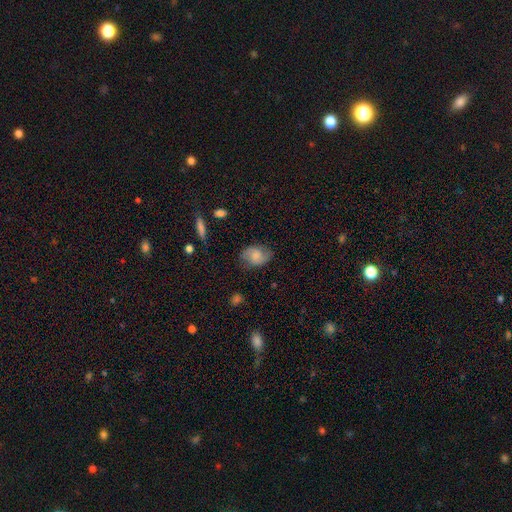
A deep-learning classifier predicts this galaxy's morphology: Q: Smooth or featured?
A: smooth (62%); runner-up: featured or disk (30%)
Q: How rounded?
A: in between (77%); runner-up: round (22%)
Q: Merging?
A: none (70%); runner-up: minor disturbance (22%)